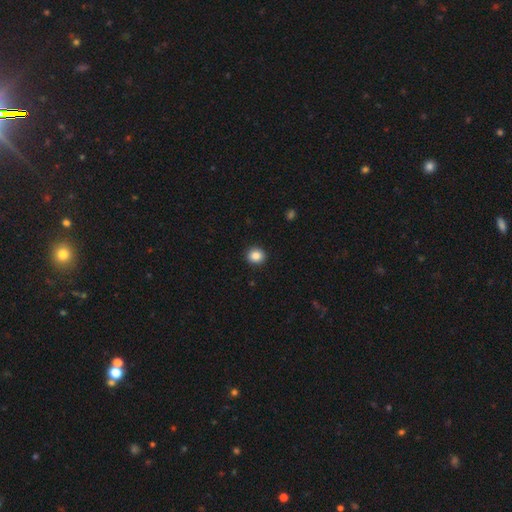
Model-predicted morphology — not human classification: Overall: smooth (87%). How rounded: round (84%). Merging: none (92%).